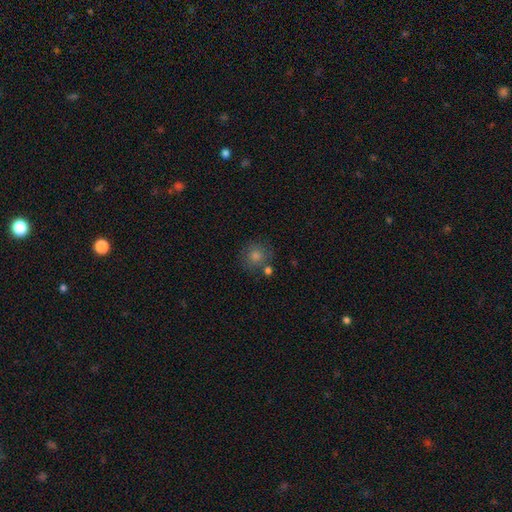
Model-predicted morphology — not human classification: smooth_or_featured: smooth (p=0.70) [alt: star or artifact p=0.18]
how_rounded: round (p=0.91) [alt: in between p=0.08]
merging: none (p=0.77) [alt: minor disturbance p=0.11]